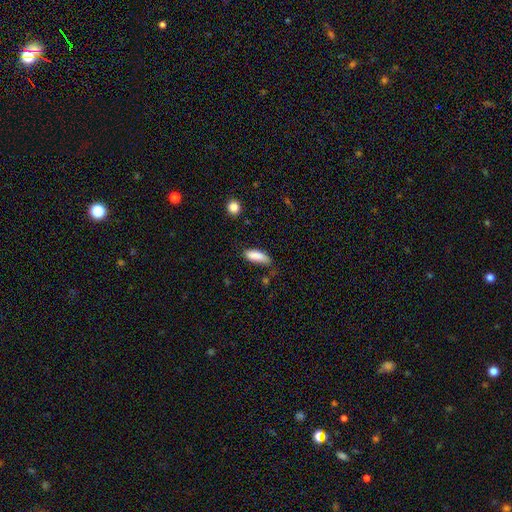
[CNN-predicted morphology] This is clearly a smooth galaxy (87%). How rounded: likely in between (69%). Merging: likely none (62%).